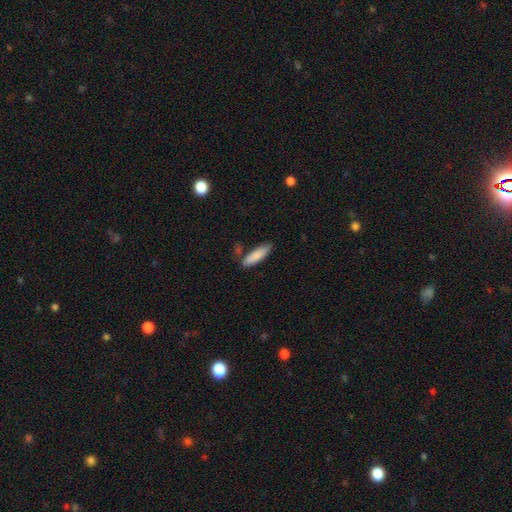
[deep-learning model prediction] This appears to be a smooth galaxy with no disk features (84%) that is cigar-shaped (60%). Merging: none (78%).